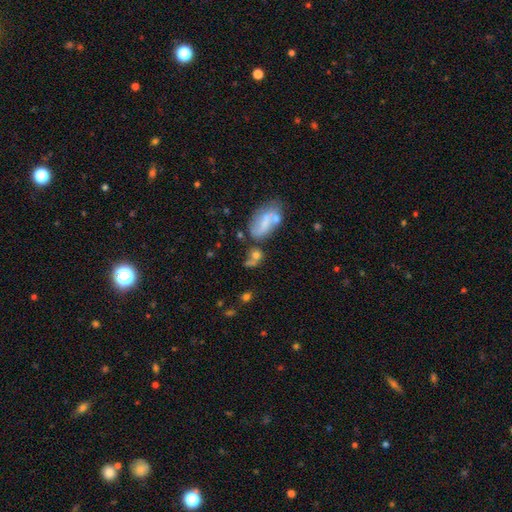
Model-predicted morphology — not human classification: Smooth or featured? Predicted: smooth (p=0.63). How rounded? Predicted: round (p=0.48). Merging? Predicted: none (p=0.40).